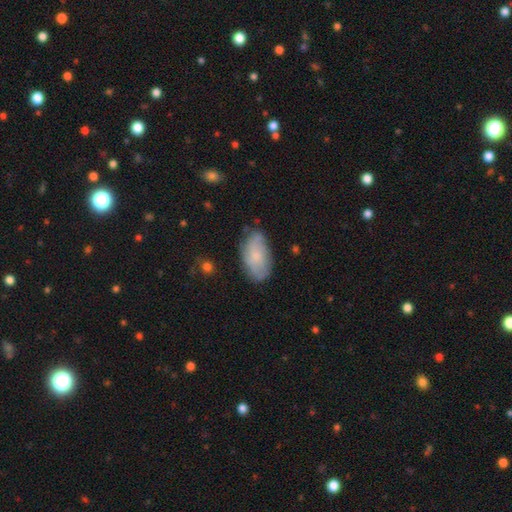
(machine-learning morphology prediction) Q: Smooth or featured?
A: smooth (57%); runner-up: featured or disk (36%)
Q: How rounded?
A: in between (93%); runner-up: round (4%)
Q: Merging?
A: none (70%); runner-up: minor disturbance (23%)